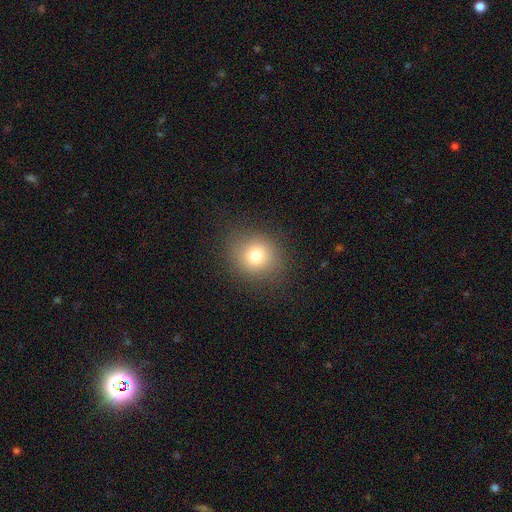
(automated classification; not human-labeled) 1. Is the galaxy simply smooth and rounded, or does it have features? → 77% smooth, 14% star or artifact, 10% featured or disk.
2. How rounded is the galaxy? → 80% round, 19% in between, 1% cigar-shaped.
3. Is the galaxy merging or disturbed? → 86% none, 9% minor disturbance, 4% major disturbance, 1% merger.